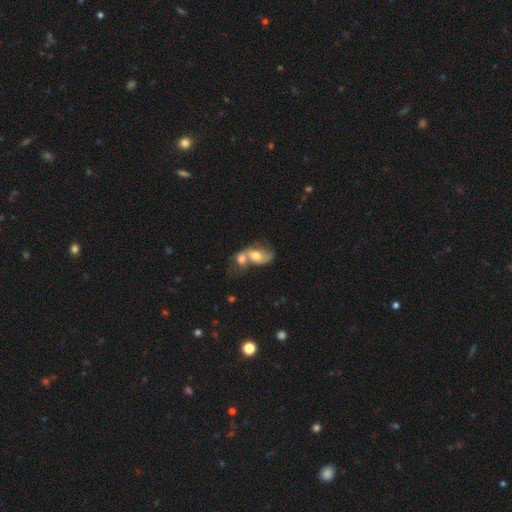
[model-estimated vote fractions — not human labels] This appears to be a smooth galaxy with no disk features (50%) that is in between round and cigar-shaped (80%). Merging: merger (74%).